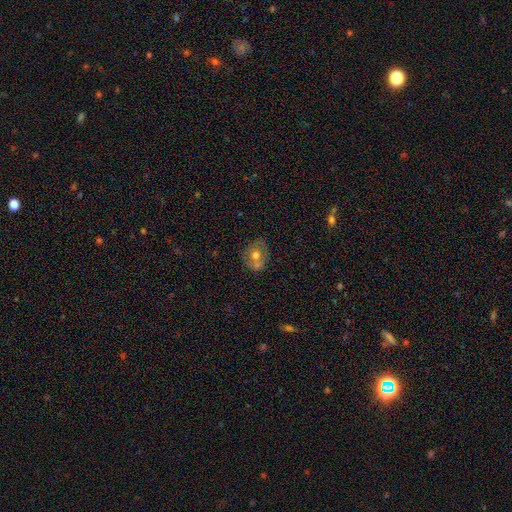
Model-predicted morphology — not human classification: Overall: smooth (51%; featured or disk 39%). How rounded: round (67%; in between 32%). Merging: none (54%; merger 24%).